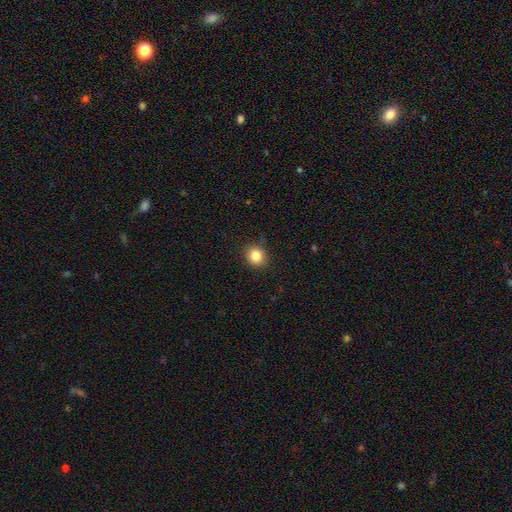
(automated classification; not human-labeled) Smooth or featured?
  - smooth: 84% *
  - star or artifact: 11%
  - featured or disk: 6%
How rounded?
  - round: 79% *
  - in between: 21%
  - cigar-shaped: 1%
Merging?
  - none: 86% *
  - minor disturbance: 10%
  - major disturbance: 2%
  - merger: 1%